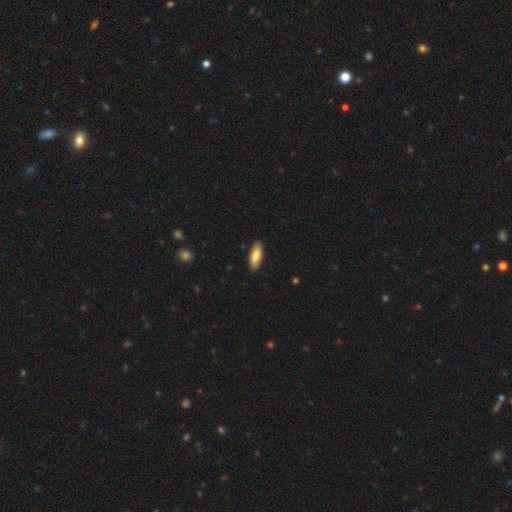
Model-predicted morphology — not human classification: A smooth galaxy with no disk features (82%) that is in between round and cigar-shaped (75%). Merging: none (87%).